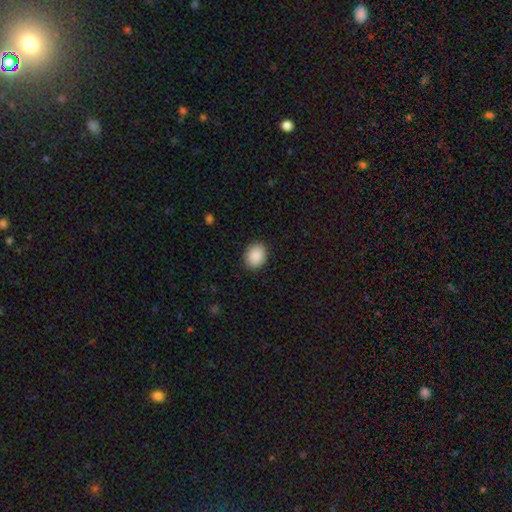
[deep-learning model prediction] Q: Smooth or featured?
A: smooth (90%); runner-up: star or artifact (7%)
Q: How rounded?
A: in between (52%); runner-up: round (47%)
Q: Merging?
A: none (89%); runner-up: minor disturbance (8%)